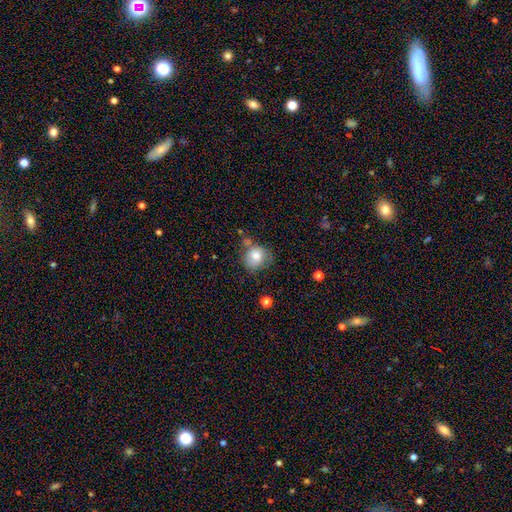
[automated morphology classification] smooth_or_featured: smooth (p=0.78) [alt: featured or disk p=0.13]
how_rounded: round (p=0.77) [alt: in between p=0.22]
merging: none (p=0.48) [alt: minor disturbance p=0.27]